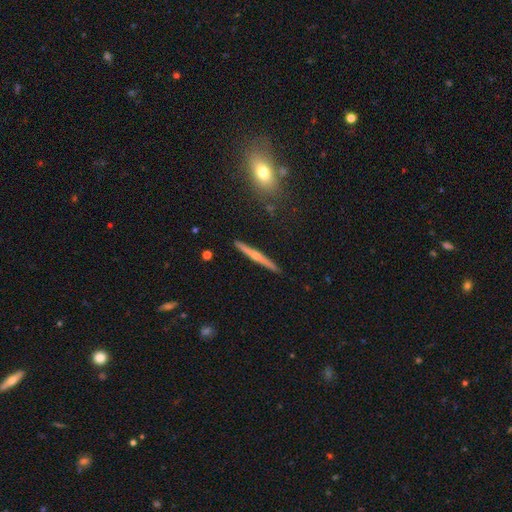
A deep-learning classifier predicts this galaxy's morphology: This appears to be a featured or disk galaxy (64%) viewed edge-on (97%) with a rounded central bulge (76%). Merging: none (90%).